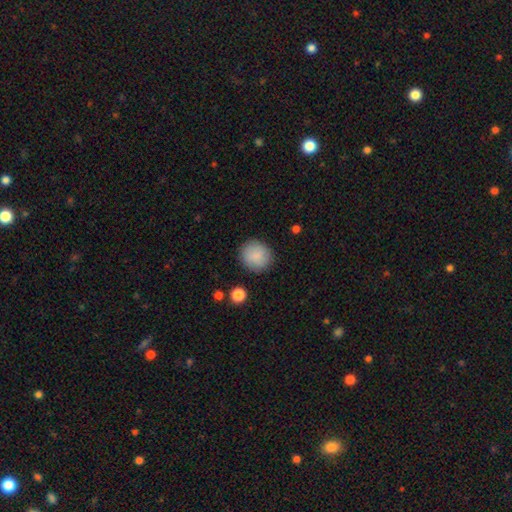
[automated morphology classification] This appears to be a smooth galaxy with no disk features (87%) that is round (89%). Merging: none (88%).